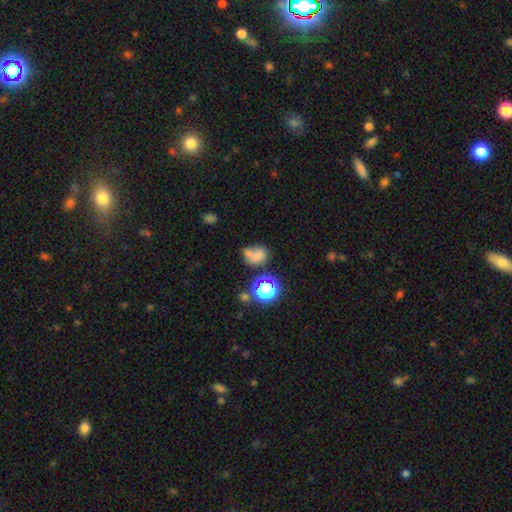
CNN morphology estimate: The model was most divided on "how rounded": round: 50%, in between: 49%, cigar-shaped: 1%. Remaining: smooth or featured — smooth (64%); merging — none (34%).